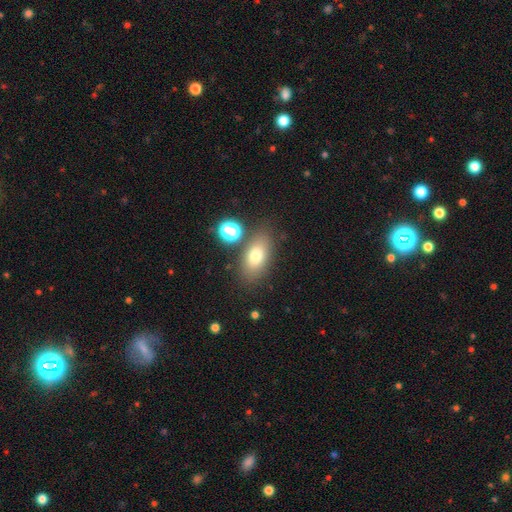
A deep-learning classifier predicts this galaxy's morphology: A smooth galaxy with no disk features (74%) that is in between round and cigar-shaped (86%).

Vote fractions:
- Smooth or featured? smooth: 74% / featured or disk: 15% / star or artifact: 11%
- How rounded? in between: 86% / round: 9% / cigar-shaped: 5%
- Merging? none: 77% / minor disturbance: 12% / merger: 7% / major disturbance: 4%